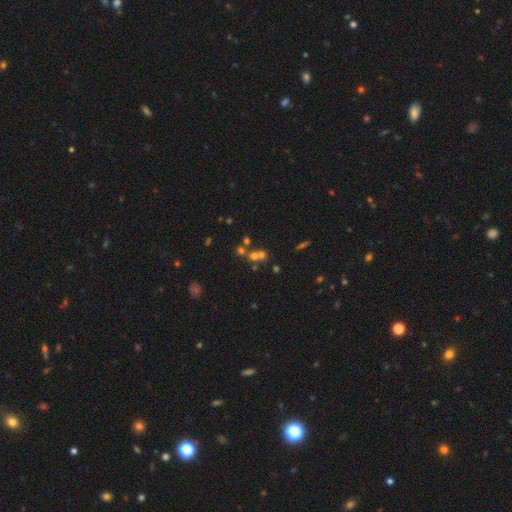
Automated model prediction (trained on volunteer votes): A smooth galaxy with no disk features (49%). Merging: merger (48%).